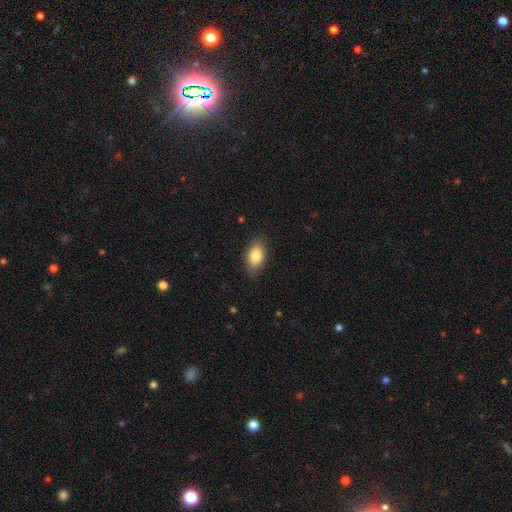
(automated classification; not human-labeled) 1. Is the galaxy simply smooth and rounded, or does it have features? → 85% smooth, 8% featured or disk, 7% star or artifact.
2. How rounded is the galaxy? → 91% in between, 7% round, 3% cigar-shaped.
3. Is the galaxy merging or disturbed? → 84% none, 13% minor disturbance, 3% major disturbance, 1% merger.